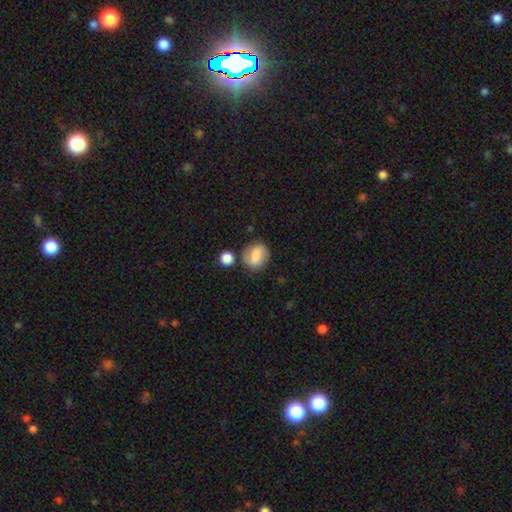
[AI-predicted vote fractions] This appears to be a smooth galaxy with no disk features (70%) that is round (54%). Merging: none (65%).